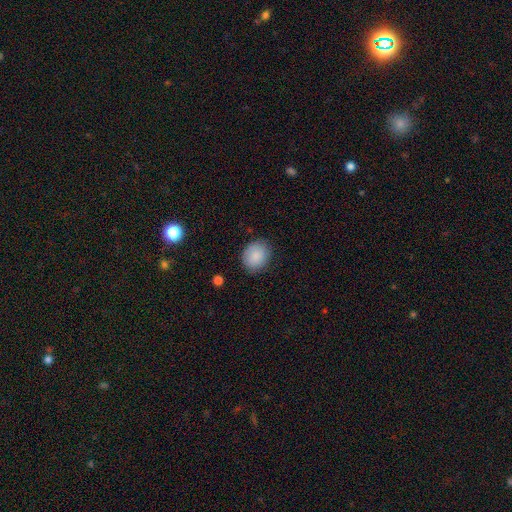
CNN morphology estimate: smooth_or_featured: smooth (p=0.87) [alt: star or artifact p=0.07]
how_rounded: round (p=0.60) [alt: in between p=0.40]
merging: none (p=0.82) [alt: minor disturbance p=0.14]